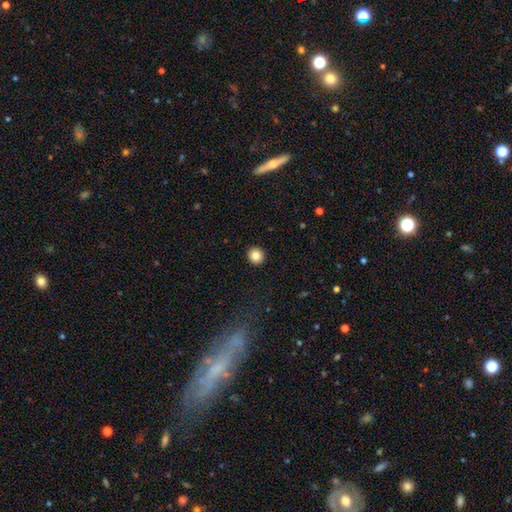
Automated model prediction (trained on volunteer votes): A smooth galaxy with no disk features (84%) that is round (90%).

Vote fractions:
- Smooth or featured? smooth: 84% / star or artifact: 10% / featured or disk: 6%
- How rounded? round: 90% / in between: 9% / cigar-shaped: 1%
- Merging? none: 93% / minor disturbance: 4% / major disturbance: 1% / merger: 1%